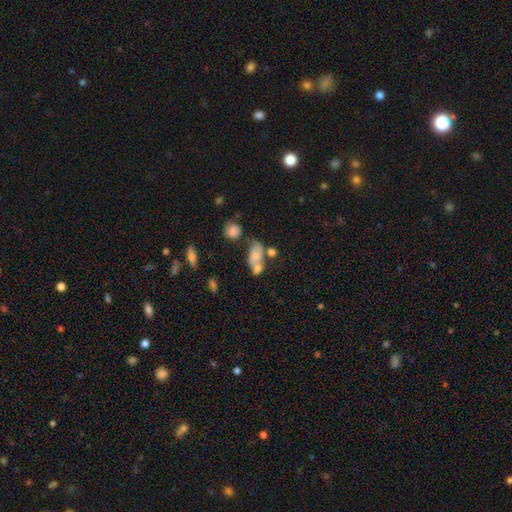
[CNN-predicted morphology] A smooth galaxy with no disk features (65%) that is in between round and cigar-shaped (78%).

Vote fractions:
- Smooth or featured? smooth: 65% / featured or disk: 24% / star or artifact: 11%
- How rounded? in between: 78% / round: 11% / cigar-shaped: 11%
- Merging? merger: 42% / none: 30% / minor disturbance: 17% / major disturbance: 11%